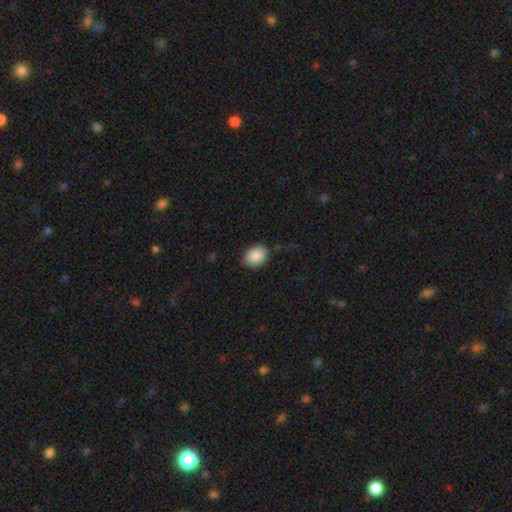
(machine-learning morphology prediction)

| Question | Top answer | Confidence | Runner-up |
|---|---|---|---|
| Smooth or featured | smooth | 89% | star or artifact (7%) |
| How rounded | in between | 69% | round (30%) |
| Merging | none | 85% | minor disturbance (11%) |